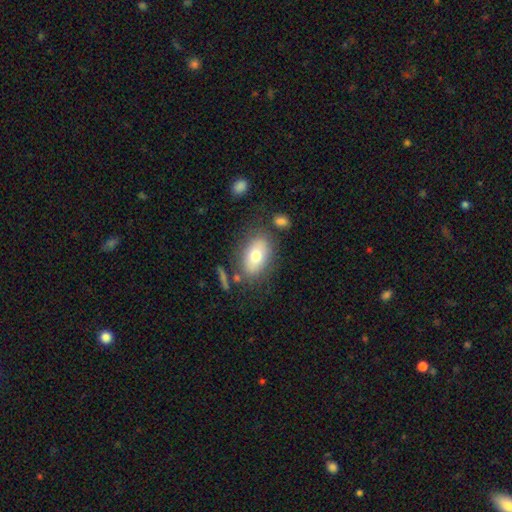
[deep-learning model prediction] Smooth or featured?
  - smooth: 72% *
  - featured or disk: 20%
  - star or artifact: 8%
How rounded?
  - in between: 87% *
  - round: 11%
  - cigar-shaped: 2%
Merging?
  - none: 73% *
  - minor disturbance: 15%
  - merger: 6%
  - major disturbance: 6%